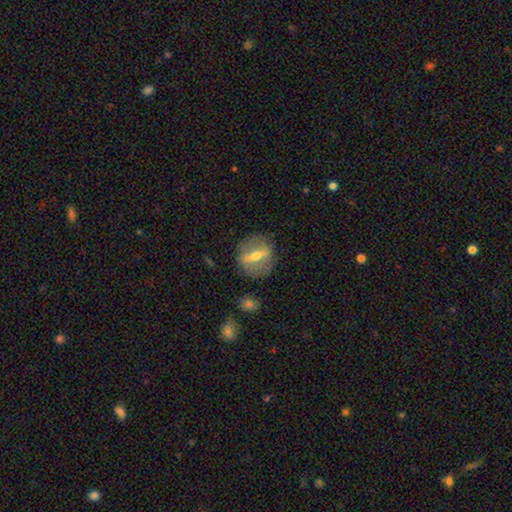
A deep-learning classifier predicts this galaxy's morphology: Smooth or featured: featured or disk — 63% (smooth — 30%)
Edge-on disk: no — 67% (yes — 33%)
Merging: none — 83% (minor disturbance — 11%)